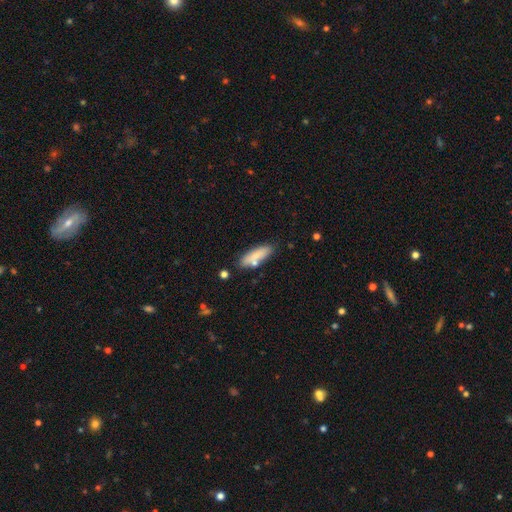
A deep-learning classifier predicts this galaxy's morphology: This is likely a smooth galaxy (79%). How rounded: possibly in between (51%). Merging: likely none (74%).